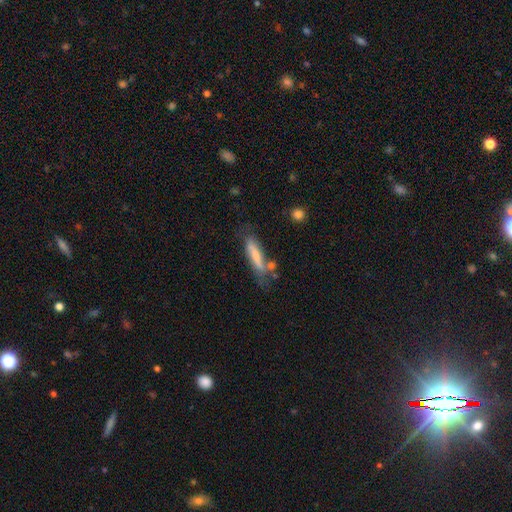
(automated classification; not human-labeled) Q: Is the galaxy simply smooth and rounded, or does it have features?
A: smooth — 62%.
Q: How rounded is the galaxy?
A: cigar-shaped — 80%.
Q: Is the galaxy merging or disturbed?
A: none — 55%.